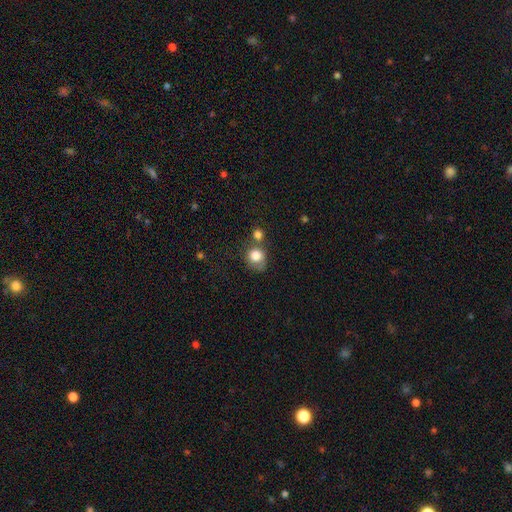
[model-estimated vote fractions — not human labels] Q: Smooth or featured?
A: smooth (82%); runner-up: star or artifact (9%)
Q: How rounded?
A: round (78%); runner-up: in between (21%)
Q: Merging?
A: none (45%); runner-up: merger (27%)